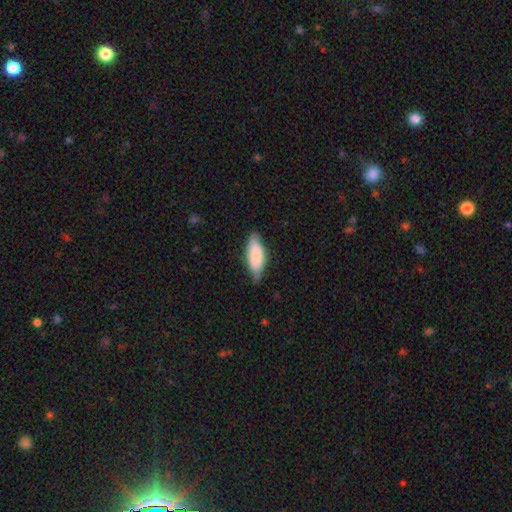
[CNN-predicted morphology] The model was most divided on "merging": none: 62%, minor disturbance: 31%, major disturbance: 5%, merger: 2%. More confident: smooth or featured — smooth (77%); how rounded — in between (74%).